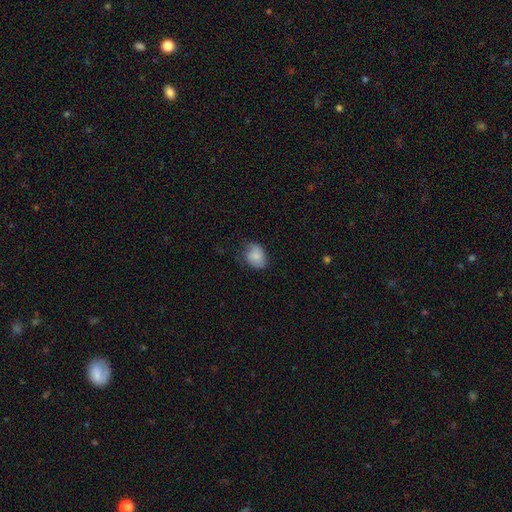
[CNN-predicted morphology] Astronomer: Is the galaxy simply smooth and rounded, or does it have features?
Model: smooth — 79%.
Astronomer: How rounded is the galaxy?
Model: in between — 62%.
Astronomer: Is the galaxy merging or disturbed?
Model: none — 62%.